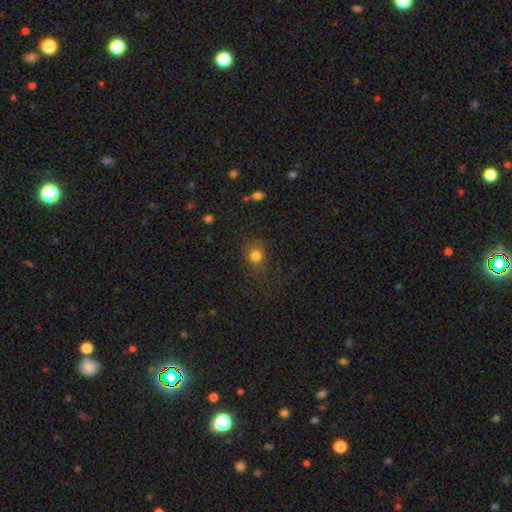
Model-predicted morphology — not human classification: smooth_or_featured: smooth (p=0.79) [alt: star or artifact p=0.14]
how_rounded: round (p=0.77) [alt: in between p=0.22]
merging: none (p=0.75) [alt: minor disturbance p=0.15]